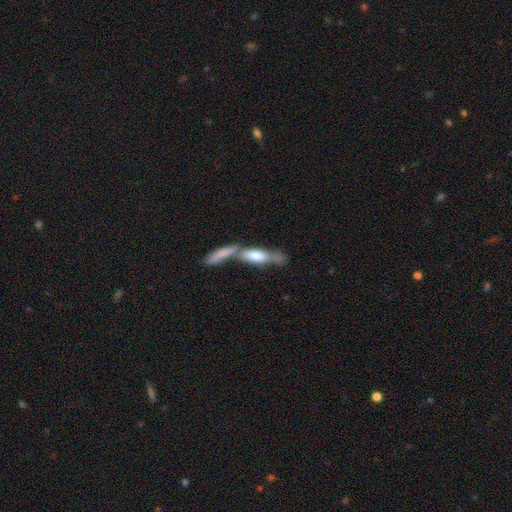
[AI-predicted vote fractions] A smooth galaxy with no disk features (57%) that is cigar-shaped (61%).

Vote fractions:
- Smooth or featured? smooth: 57% / featured or disk: 37% / star or artifact: 6%
- How rounded? cigar-shaped: 61% / in between: 37% / round: 2%
- Merging? merger: 53% / none: 30% / minor disturbance: 11% / major disturbance: 6%